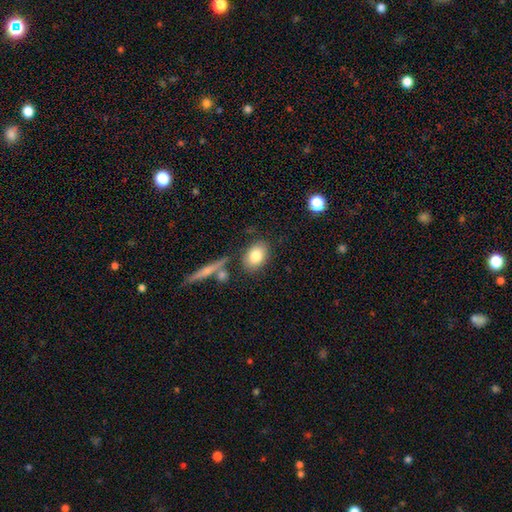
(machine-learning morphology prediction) smooth_or_featured: smooth (p=0.80) [alt: featured or disk p=0.13]
how_rounded: in between (p=0.75) [alt: round p=0.22]
merging: none (p=0.76) [alt: minor disturbance p=0.12]